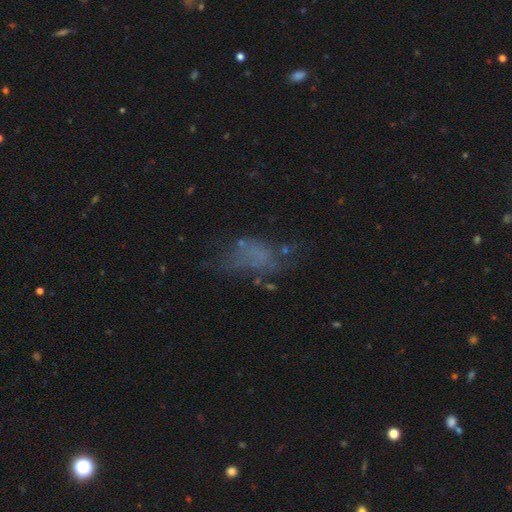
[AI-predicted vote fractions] Smooth or featured? smooth (39%)
Merging? none (38%)